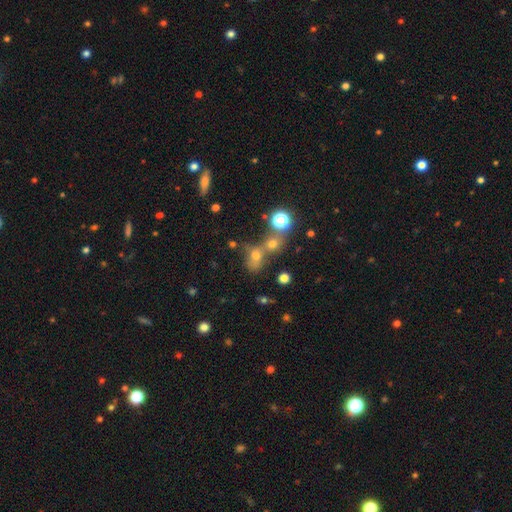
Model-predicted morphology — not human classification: smooth 63%, star or artifact 23%, featured or disk 15%. Down the decision tree: how rounded — round (59%); merging — merger (51%).